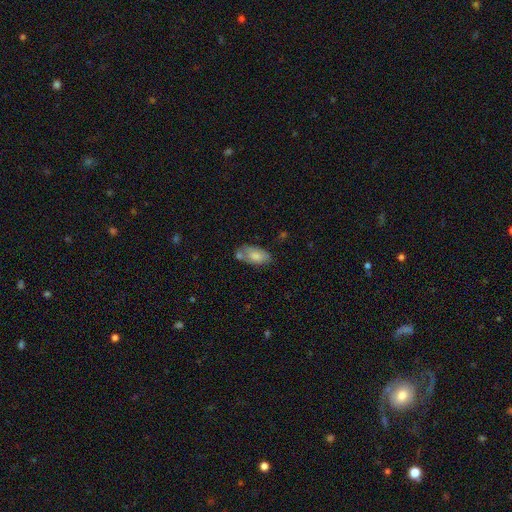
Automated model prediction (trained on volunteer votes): smooth_or_featured: smooth (p=0.74) [alt: featured or disk p=0.19]
how_rounded: in between (p=0.93) [alt: cigar-shaped p=0.04]
merging: none (p=0.48) [alt: minor disturbance p=0.24]